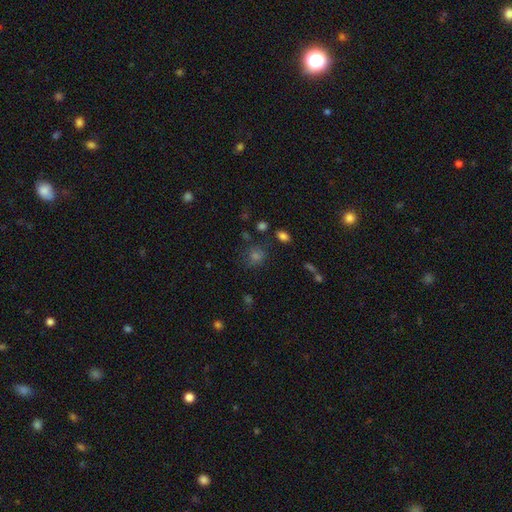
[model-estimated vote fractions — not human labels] Smooth or featured? Predicted: smooth (p=0.58). How rounded? Predicted: round (p=0.77). Merging? Predicted: none (p=0.76).